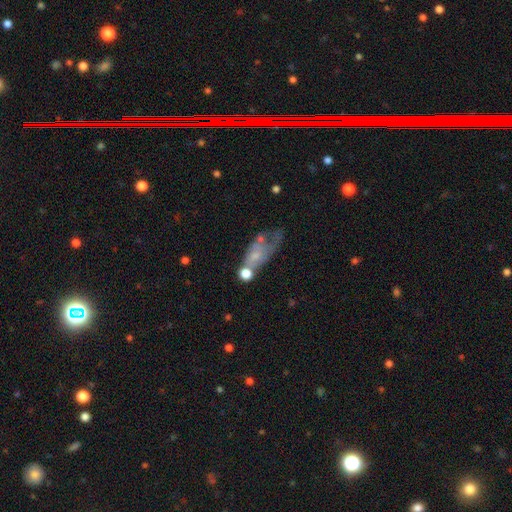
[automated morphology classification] Smooth or featured? Predicted: featured or disk (p=0.46). Merging? Predicted: major disturbance (p=0.29).